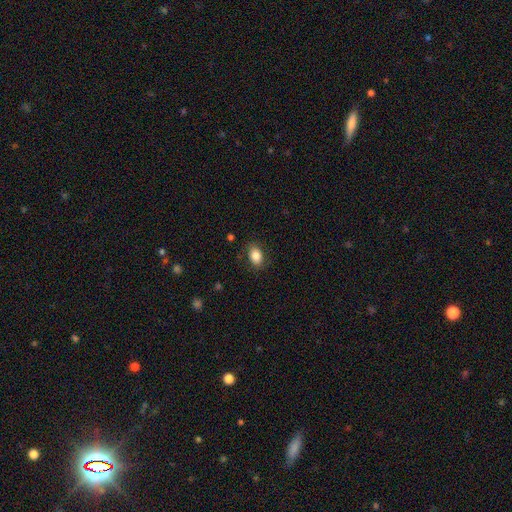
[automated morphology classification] A smooth galaxy with no disk features (85%) that is in between round and cigar-shaped (83%). Merging: none (85%).